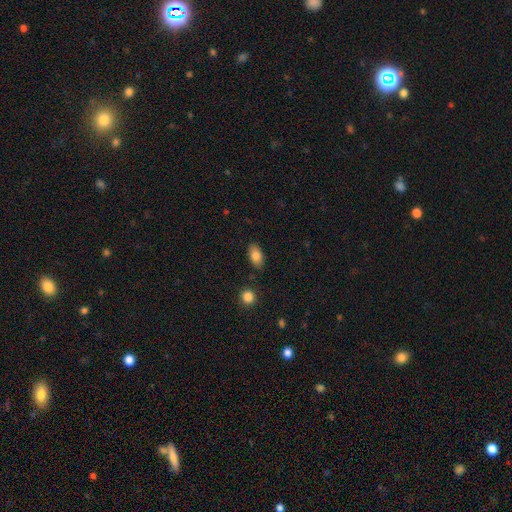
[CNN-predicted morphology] A smooth galaxy with no disk features (83%) that is in between round and cigar-shaped (91%).

Vote fractions:
- Smooth or featured? smooth: 83% / featured or disk: 9% / star or artifact: 8%
- How rounded? in between: 91% / round: 5% / cigar-shaped: 4%
- Merging? none: 84% / minor disturbance: 11% / merger: 3% / major disturbance: 3%